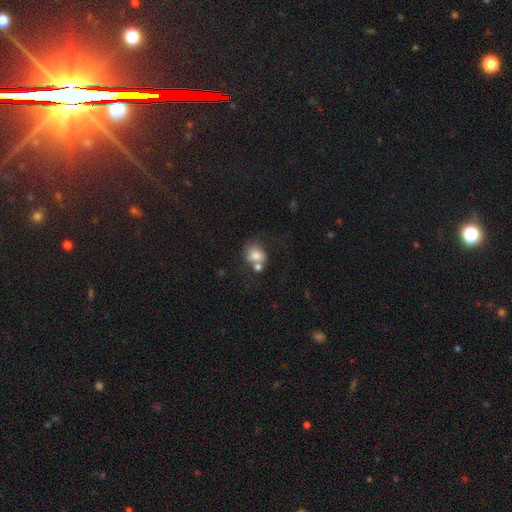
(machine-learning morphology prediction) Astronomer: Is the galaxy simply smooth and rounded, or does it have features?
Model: smooth — 77%.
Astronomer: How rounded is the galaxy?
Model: round — 60% (runner-up: in between, 39%).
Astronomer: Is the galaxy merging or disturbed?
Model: none — 38% (runner-up: merger, 37%).